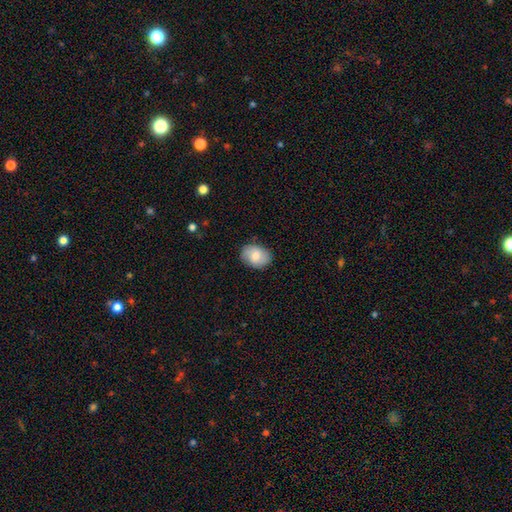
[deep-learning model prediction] This appears to be a smooth galaxy with no disk features (71%) that is in between round and cigar-shaped (71%). Merging: none (81%).